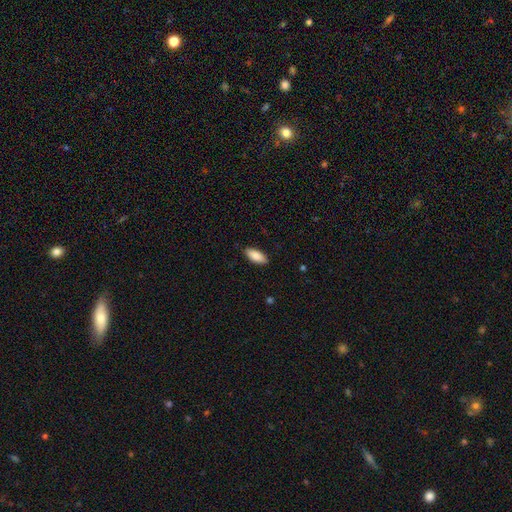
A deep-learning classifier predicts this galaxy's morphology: Smooth or featured? smooth (88%)
How rounded? in between (86%)
Merging? none (89%)